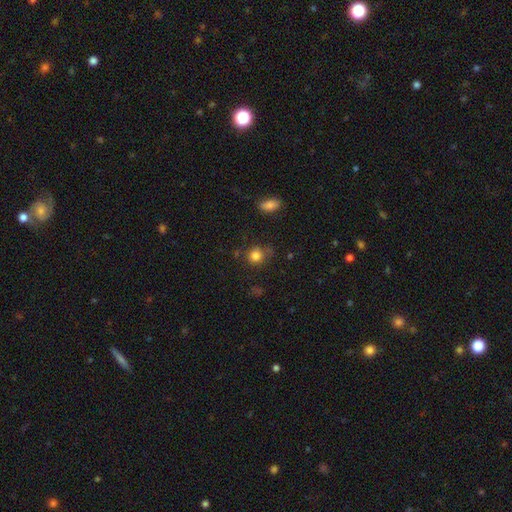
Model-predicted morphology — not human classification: This is clearly a smooth galaxy (83%). How rounded: clearly round (82%). Merging: likely none (69%).